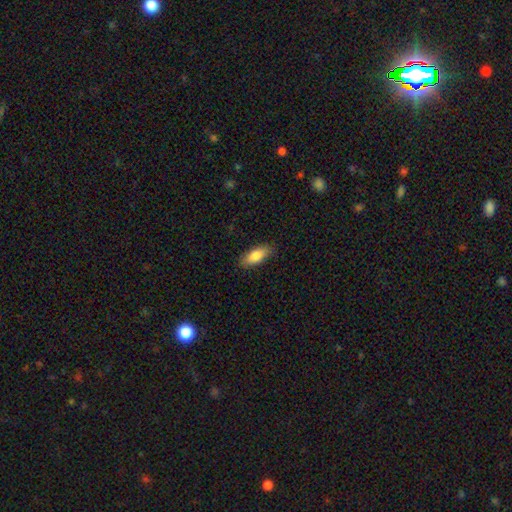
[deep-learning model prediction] The model was most divided on "how rounded": in between: 77%, cigar-shaped: 20%, round: 2%. More confident: merging — none (87%); smooth or featured — smooth (82%).